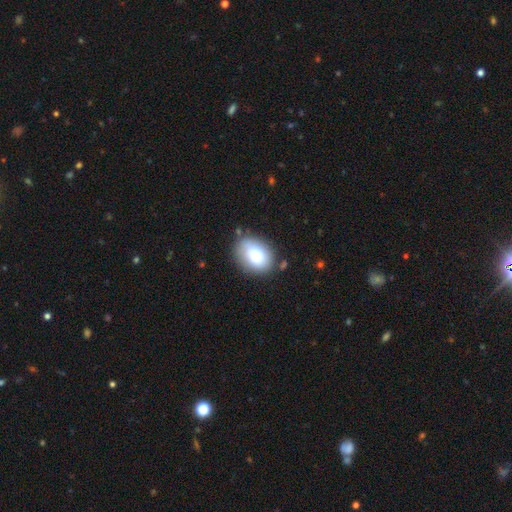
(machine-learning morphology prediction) smooth-or-featured: smooth: 77% | featured or disk: 14% | star or artifact: 9%
  how-rounded: in between: 68% | round: 31% | cigar-shaped: 1%
  merging: none: 77% | minor disturbance: 15% | major disturbance: 4% | merger: 4%